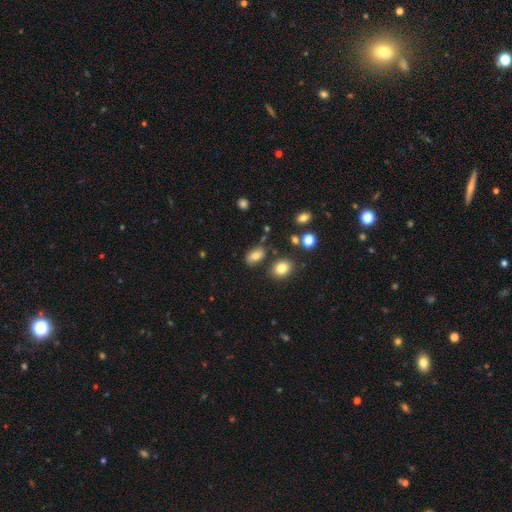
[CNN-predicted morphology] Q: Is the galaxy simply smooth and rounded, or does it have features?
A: smooth — 78%.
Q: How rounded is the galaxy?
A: in between — 86%.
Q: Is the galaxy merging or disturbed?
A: none — 74%.